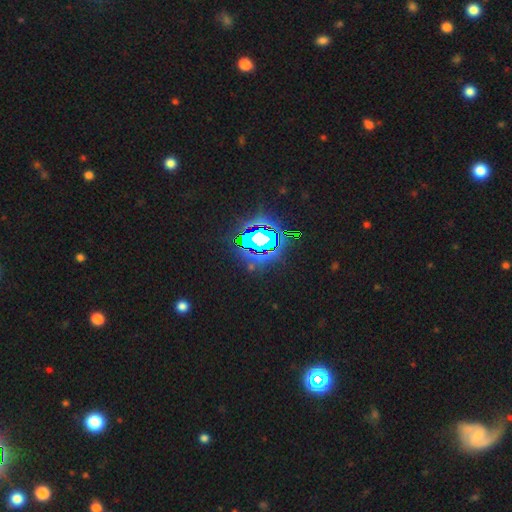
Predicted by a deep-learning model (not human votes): Morphology: type=star or artifact (83%).